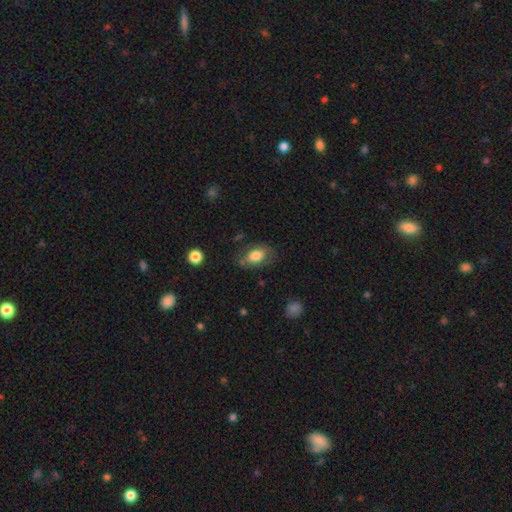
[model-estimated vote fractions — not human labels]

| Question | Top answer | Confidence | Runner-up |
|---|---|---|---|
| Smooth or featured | smooth | 76% | featured or disk (17%) |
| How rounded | in between | 86% | round (13%) |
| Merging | none | 64% | minor disturbance (22%) |